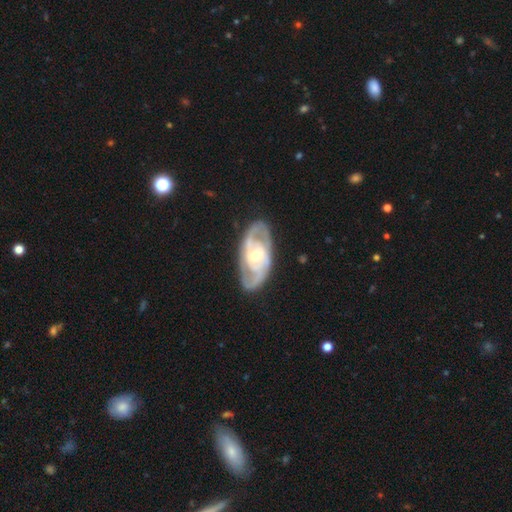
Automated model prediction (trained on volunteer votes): This appears to be a featured or disk galaxy (86%) with no bar (45%), 2 (74%) tight (48%) spiral arms (93%) and a moderate central bulge (58%). Merging: none (81%).